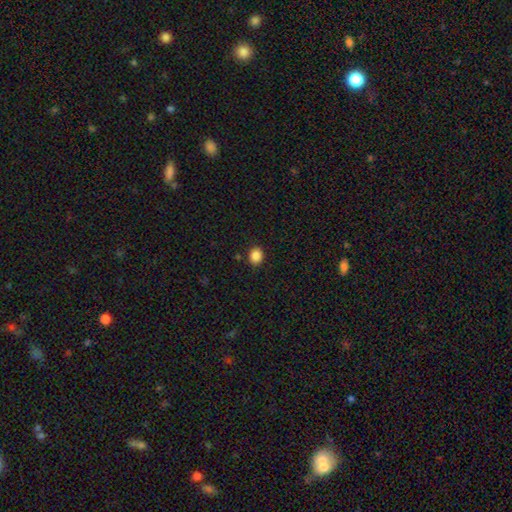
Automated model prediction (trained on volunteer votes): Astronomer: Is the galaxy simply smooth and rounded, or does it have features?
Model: smooth — 87%.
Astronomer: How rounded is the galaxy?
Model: round — 64%.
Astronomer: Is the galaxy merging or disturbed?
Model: none — 88%.